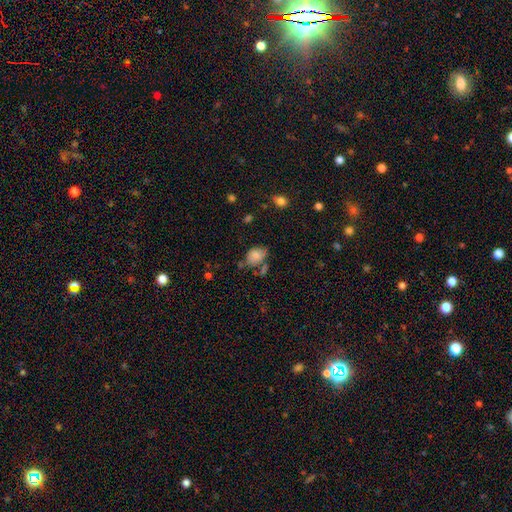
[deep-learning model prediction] The model was most divided on "merging": none: 48%, minor disturbance: 28%, merger: 14%, major disturbance: 10%. More confident: smooth or featured — smooth (79%); how rounded — in between (71%).